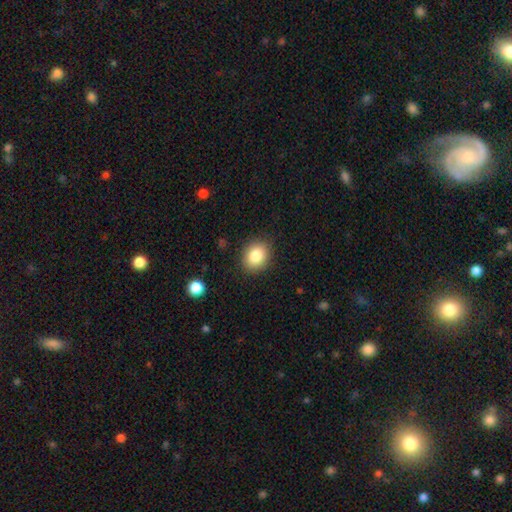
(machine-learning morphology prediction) This appears to be a smooth galaxy with no disk features (84%) that is round (56%). Merging: none (87%).